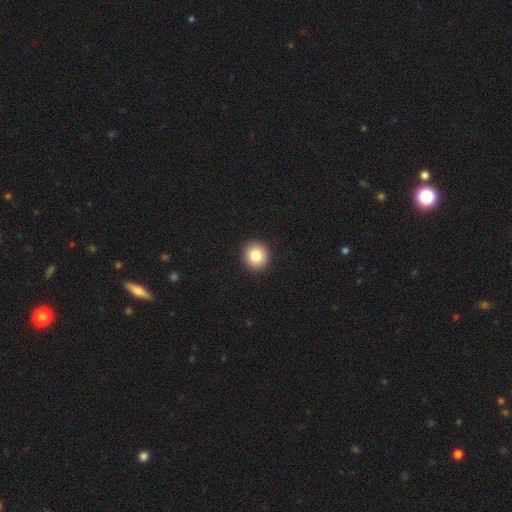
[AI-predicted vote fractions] Q: Smooth or featured?
A: smooth (84%); runner-up: star or artifact (9%)
Q: How rounded?
A: round (88%); runner-up: in between (11%)
Q: Merging?
A: none (93%); runner-up: minor disturbance (4%)